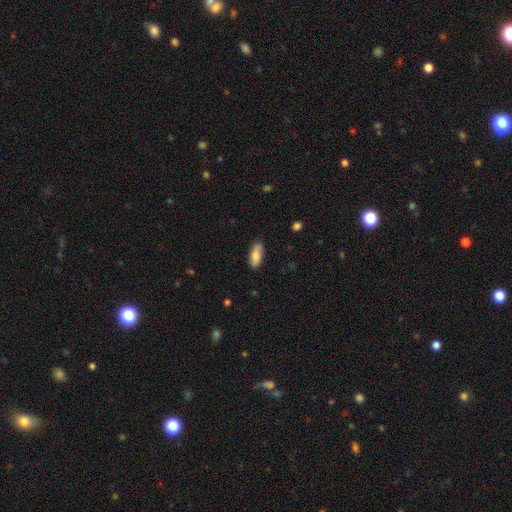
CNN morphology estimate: Overall: smooth (78%). How rounded: in between (81%). Merging: none (84%).